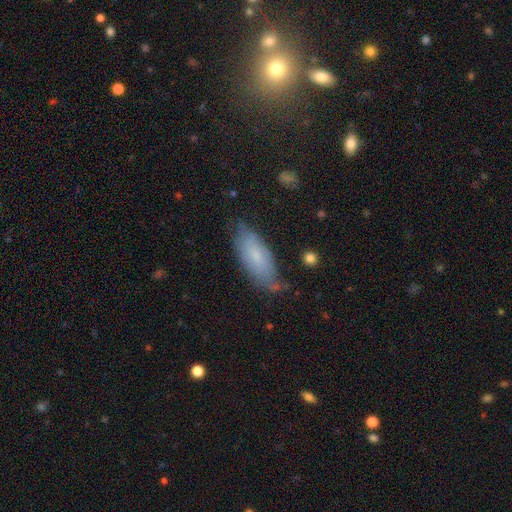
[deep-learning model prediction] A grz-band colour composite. It shows a smooth galaxy with no disk features (67%) that is in between round and cigar-shaped (77%). Merging: none (65%).